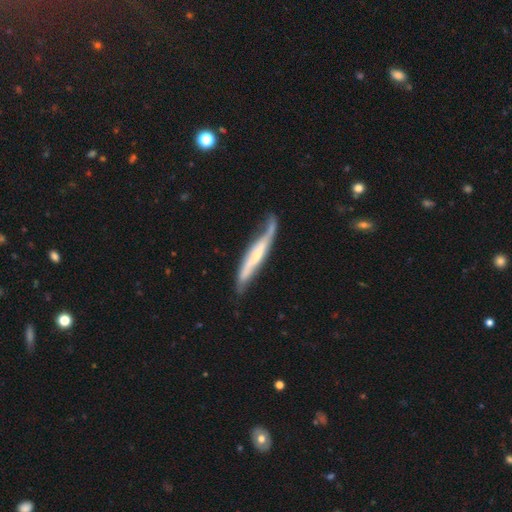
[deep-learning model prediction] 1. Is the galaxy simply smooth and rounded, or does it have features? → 65% featured or disk, 29% smooth, 5% star or artifact.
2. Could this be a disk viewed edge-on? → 62% yes, 38% no.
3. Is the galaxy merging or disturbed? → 51% none, 30% minor disturbance, 14% major disturbance, 5% merger.